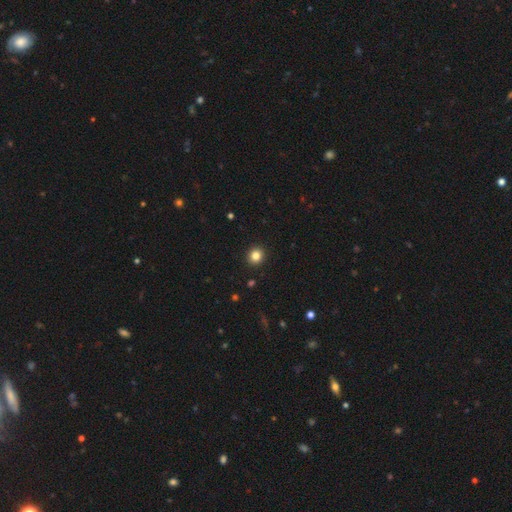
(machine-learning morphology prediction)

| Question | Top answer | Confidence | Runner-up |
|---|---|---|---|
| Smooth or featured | smooth | 83% | star or artifact (12%) |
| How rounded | round | 88% | in between (11%) |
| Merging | none | 93% | minor disturbance (5%) |